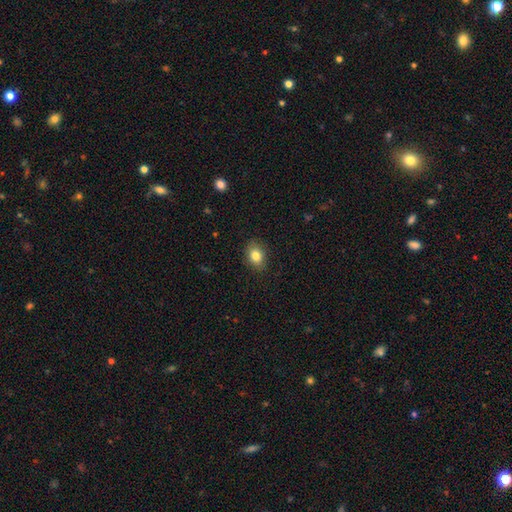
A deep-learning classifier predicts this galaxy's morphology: The model was most divided on "how rounded": in between: 71%, round: 28%, cigar-shaped: 1%. More confident: merging — none (85%); smooth or featured — smooth (83%).